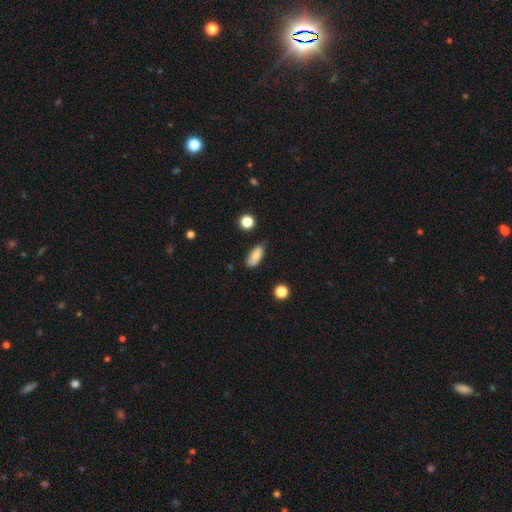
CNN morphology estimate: A smooth galaxy with no disk features (83%) that is in between round and cigar-shaped (84%). Merging: none (76%).